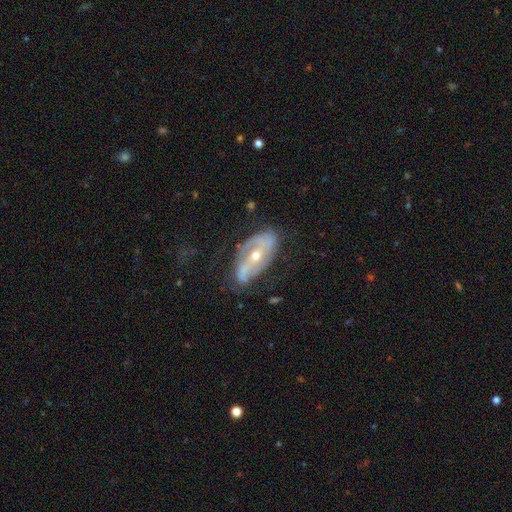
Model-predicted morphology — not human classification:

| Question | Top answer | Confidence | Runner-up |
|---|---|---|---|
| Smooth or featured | featured or disk | 82% | smooth (12%) |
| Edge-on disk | no | 91% | yes (9%) |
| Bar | strong | 35% | no (34%) |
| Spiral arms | yes | 86% | no (14%) |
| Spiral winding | medium | 39% | loose (33%) |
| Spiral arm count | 2 | 74% | can't tell (14%) |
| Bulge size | moderate | 51% | small (46%) |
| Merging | none | 61% | minor disturbance (24%) |